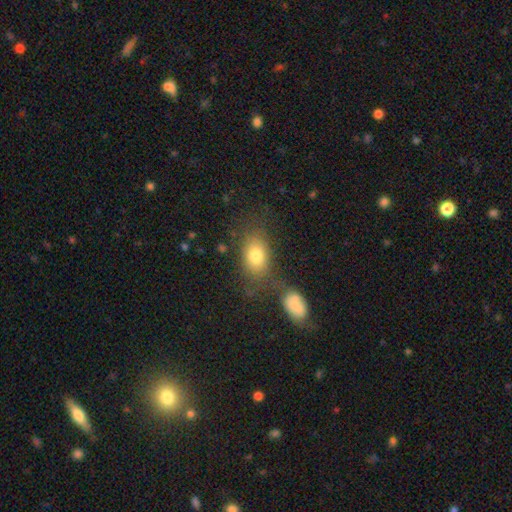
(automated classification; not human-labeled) smooth_or_featured: smooth (p=0.77) [alt: featured or disk p=0.13]
how_rounded: in between (p=0.81) [alt: round p=0.17]
merging: none (p=0.63) [alt: minor disturbance p=0.15]